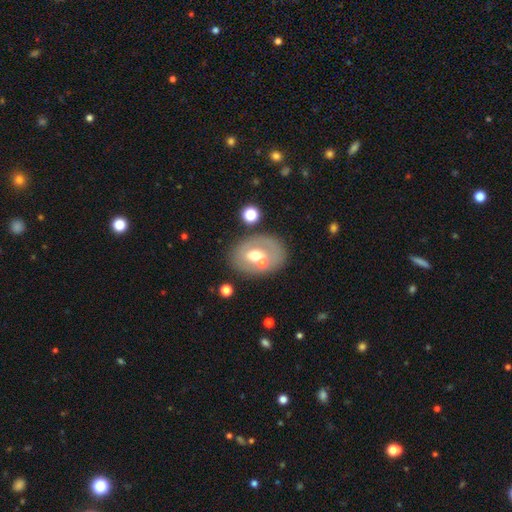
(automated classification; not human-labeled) Smooth or featured? featured or disk (49%)
Merging? none (64%)